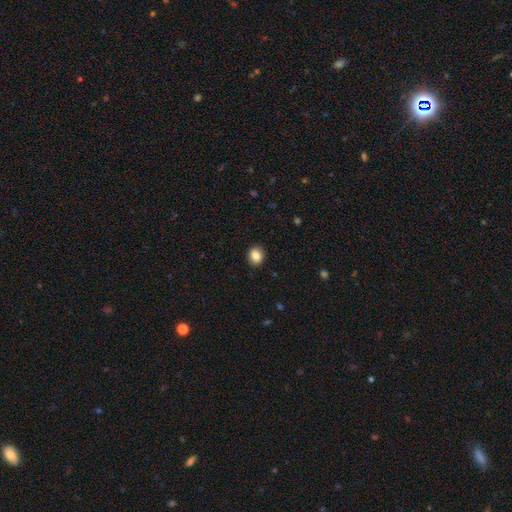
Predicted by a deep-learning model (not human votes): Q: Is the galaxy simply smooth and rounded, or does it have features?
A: smooth — 86%.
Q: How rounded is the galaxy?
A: round — 64%.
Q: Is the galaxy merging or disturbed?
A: none — 91%.